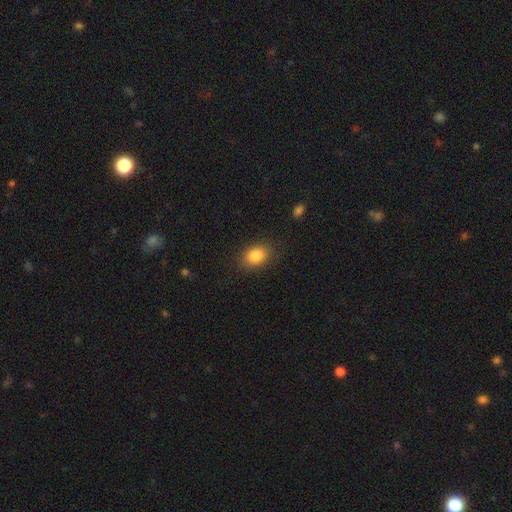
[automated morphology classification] smooth-or-featured: smooth: 85% | star or artifact: 9% | featured or disk: 6%
  how-rounded: in between: 71% | round: 28% | cigar-shaped: 1%
  merging: none: 86% | minor disturbance: 10% | major disturbance: 3% | merger: 1%